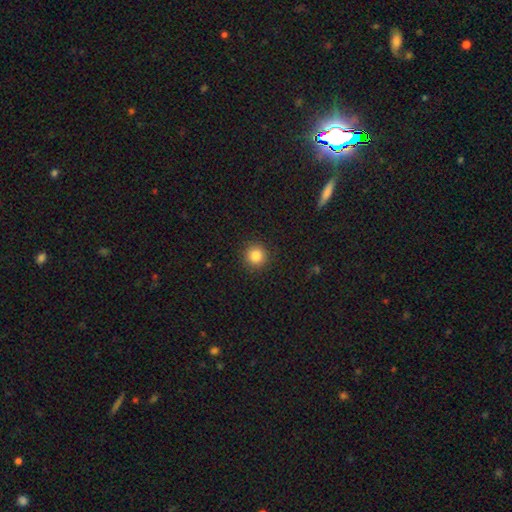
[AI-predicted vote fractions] Smooth or featured?
  - smooth: 85% *
  - star or artifact: 11%
  - featured or disk: 4%
How rounded?
  - round: 95% *
  - in between: 4%
  - cigar-shaped: 1%
Merging?
  - none: 91% *
  - minor disturbance: 5%
  - major disturbance: 2%
  - merger: 1%